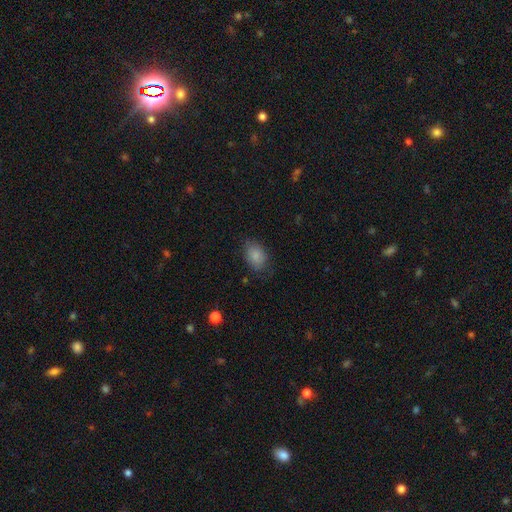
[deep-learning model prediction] This appears to be a smooth galaxy with no disk features (85%) that is in between round and cigar-shaped (81%). Merging: none (70%).